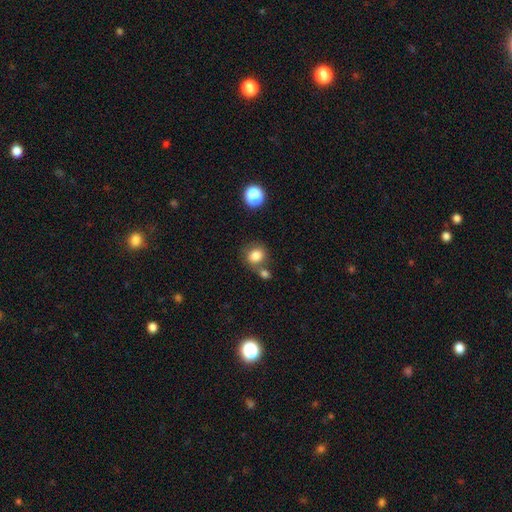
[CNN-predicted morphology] Overall: smooth (82%). How rounded: round (73%). Merging: none (59%; merger 23%).